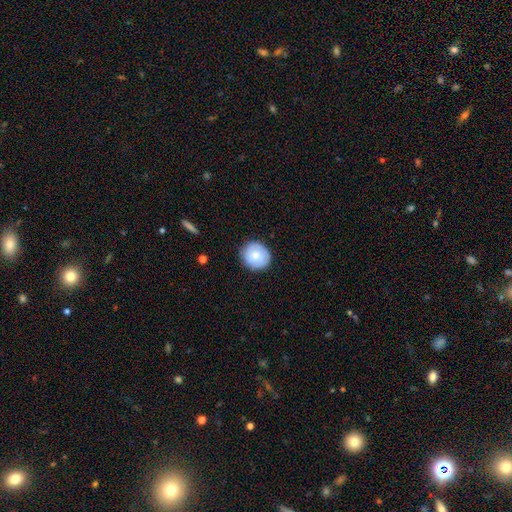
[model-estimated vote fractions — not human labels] smooth_or_featured: smooth (p=0.70) [alt: featured or disk p=0.23]
how_rounded: round (p=0.84) [alt: in between p=0.15]
merging: none (p=0.85) [alt: minor disturbance p=0.12]